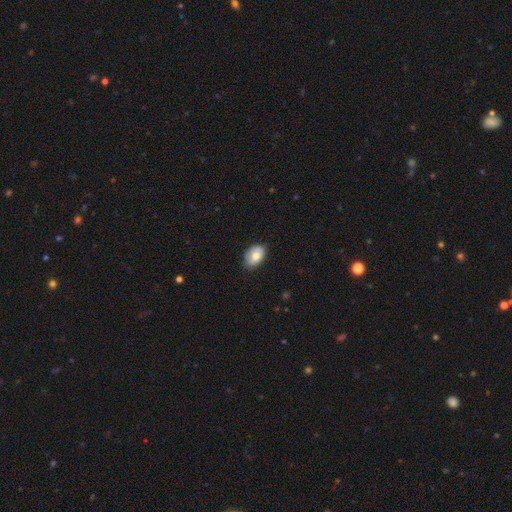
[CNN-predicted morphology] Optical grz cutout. It shows a smooth galaxy with no disk features (75%) that is in between round and cigar-shaped (87%). Merging: none (77%).